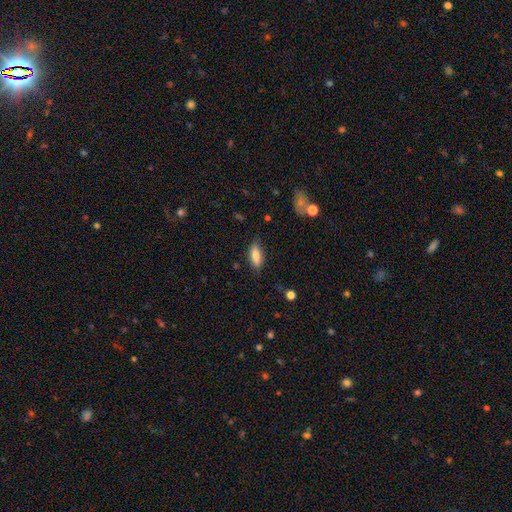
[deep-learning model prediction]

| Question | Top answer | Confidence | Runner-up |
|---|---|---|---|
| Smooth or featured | smooth | 79% | featured or disk (14%) |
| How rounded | in between | 69% | cigar-shaped (29%) |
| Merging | none | 80% | minor disturbance (15%) |